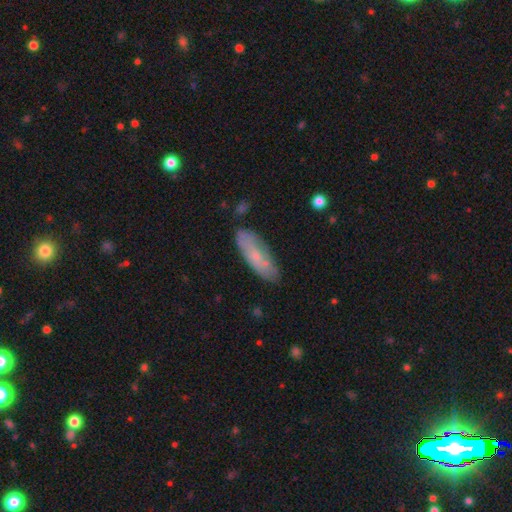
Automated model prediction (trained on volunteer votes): This appears to be a smooth galaxy with no disk features (58%) that is in between round and cigar-shaped (56%). Merging: none (75%).